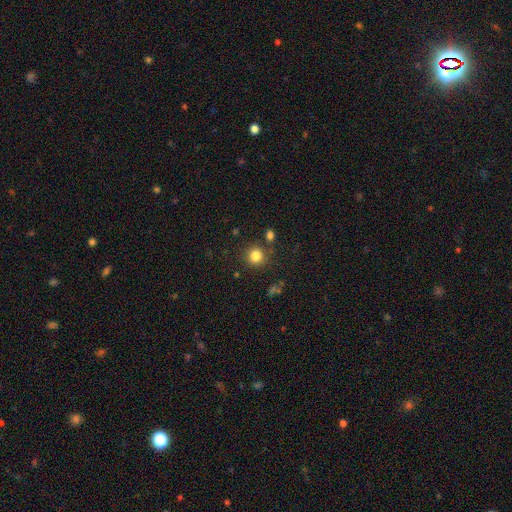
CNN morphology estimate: A smooth galaxy with no disk features (82%) that is round (91%).

Vote fractions:
- Smooth or featured? smooth: 82% / star or artifact: 12% / featured or disk: 5%
- How rounded? round: 91% / in between: 8% / cigar-shaped: 1%
- Merging? none: 82% / minor disturbance: 9% / merger: 6% / major disturbance: 3%